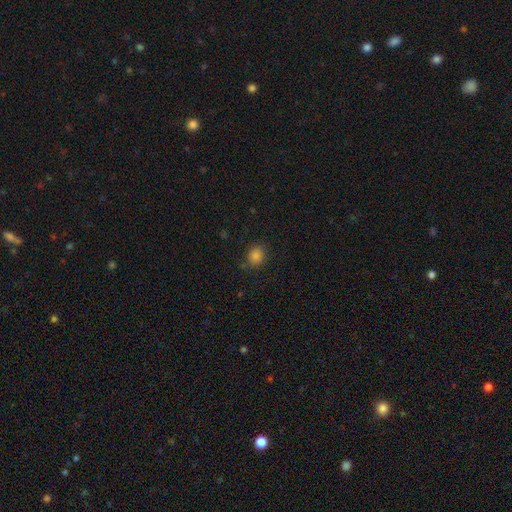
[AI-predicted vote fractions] Smooth or featured? smooth (83%)
How rounded? round (66%)
Merging? none (79%)